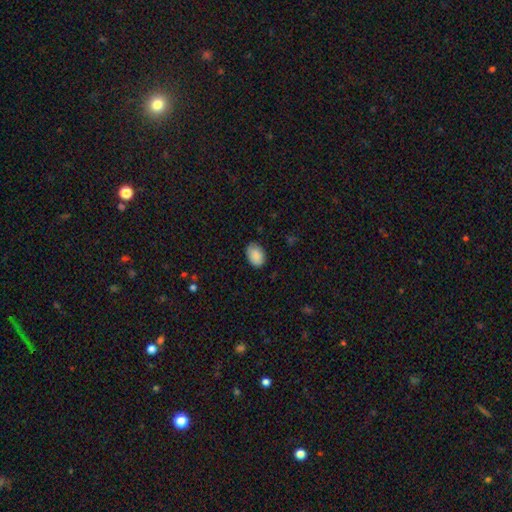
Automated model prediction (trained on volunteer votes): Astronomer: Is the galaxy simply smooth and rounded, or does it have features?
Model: smooth — 89%.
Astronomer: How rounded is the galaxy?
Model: in between — 82%.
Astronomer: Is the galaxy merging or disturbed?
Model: none — 81%.